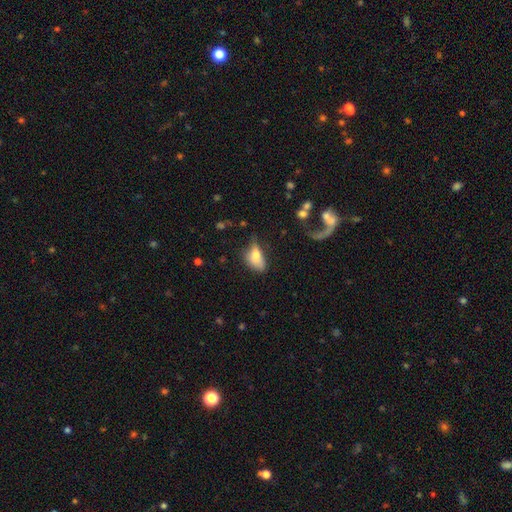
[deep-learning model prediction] This is likely a smooth galaxy (73%). How rounded: clearly in between (88%). Merging: marginally minor disturbance (33%, tied with none).